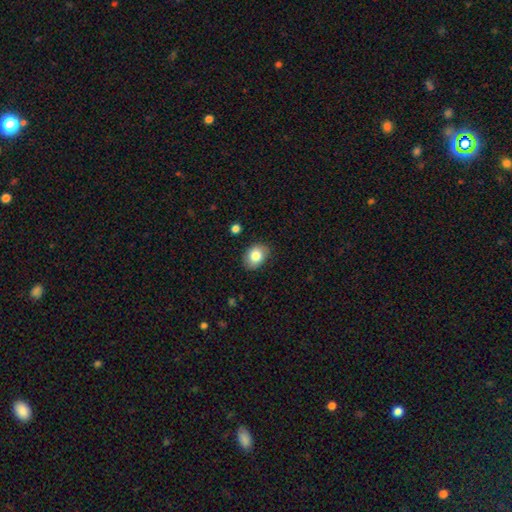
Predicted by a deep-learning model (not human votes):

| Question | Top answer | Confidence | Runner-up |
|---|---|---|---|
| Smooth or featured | smooth | 82% | featured or disk (10%) |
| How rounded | in between | 68% | round (31%) |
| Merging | none | 84% | minor disturbance (13%) |